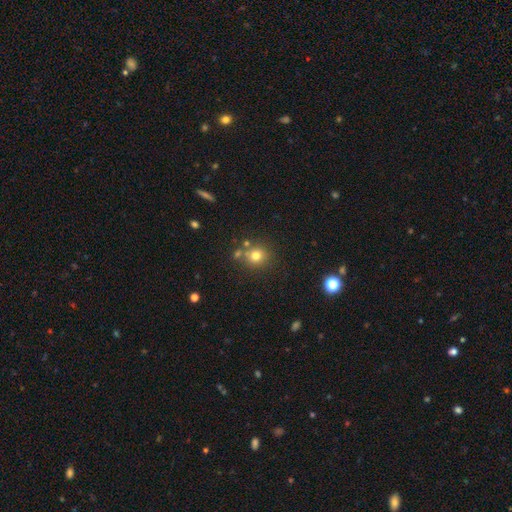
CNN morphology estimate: smooth-or-featured: smooth: 75% | star or artifact: 15% | featured or disk: 9%
  how-rounded: round: 87% | in between: 12% | cigar-shaped: 1%
  merging: none: 71% | merger: 15% | minor disturbance: 10% | major disturbance: 4%